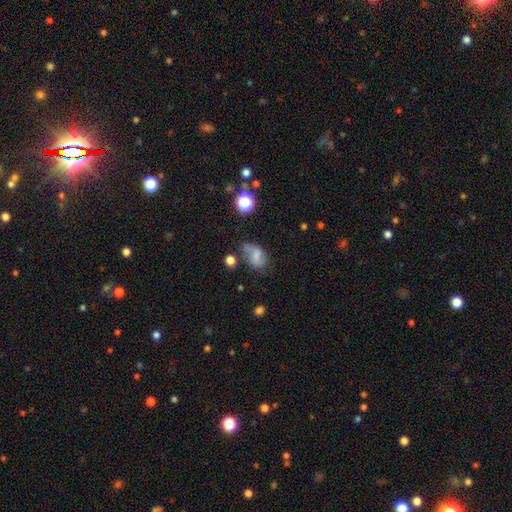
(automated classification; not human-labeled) This is likely a smooth galaxy (62%). How rounded: likely in between (77%). Merging: marginally none (41%).